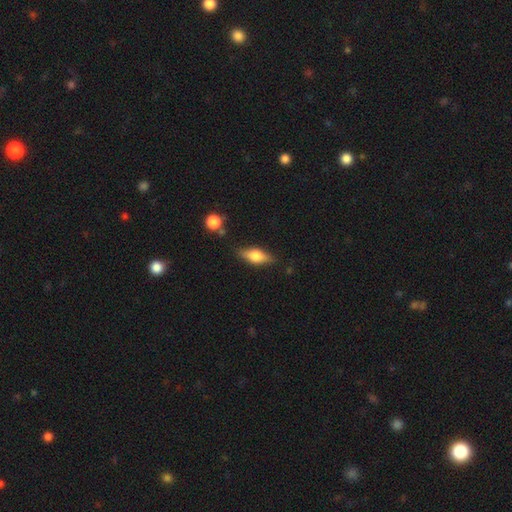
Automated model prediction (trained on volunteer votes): Overall: smooth (56%; featured or disk 36%). How rounded: in between (70%). Merging: none (79%).